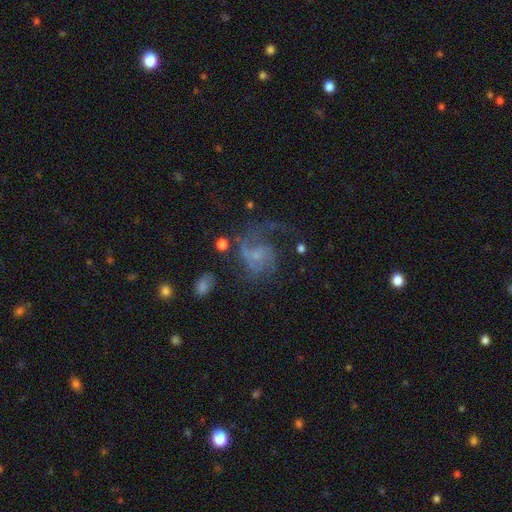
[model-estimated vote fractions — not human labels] This appears to be a featured or disk galaxy (74%) with no bar (66%), 1 (32%) medium (44%) spiral arms (88%) and a small central bulge (56%). Merging: none (39%, tied with major disturbance).